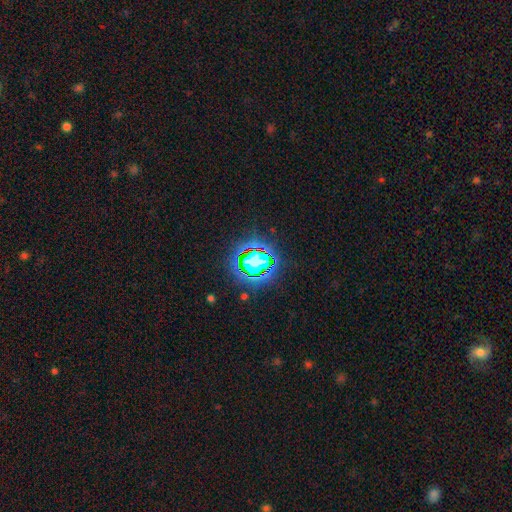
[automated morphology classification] smooth-or-featured: star or artifact: 68% | smooth: 19% | featured or disk: 13%